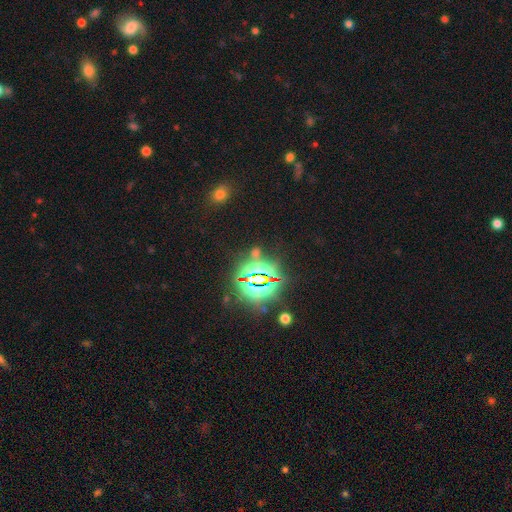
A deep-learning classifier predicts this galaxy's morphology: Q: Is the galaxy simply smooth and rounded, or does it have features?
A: star or artifact — 80%.